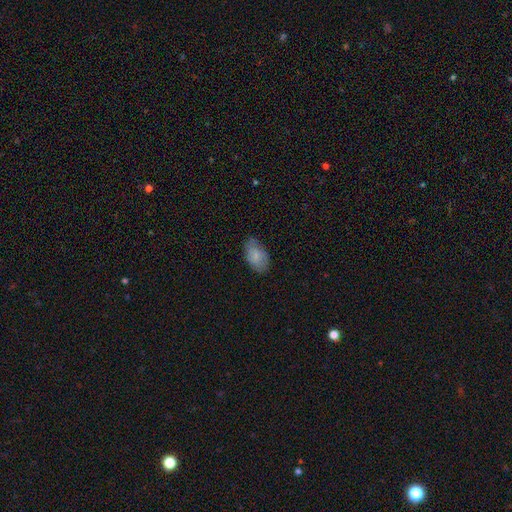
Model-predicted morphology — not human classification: Q: Smooth or featured?
A: smooth (75%); runner-up: featured or disk (18%)
Q: How rounded?
A: in between (94%); runner-up: round (4%)
Q: Merging?
A: none (73%); runner-up: minor disturbance (22%)